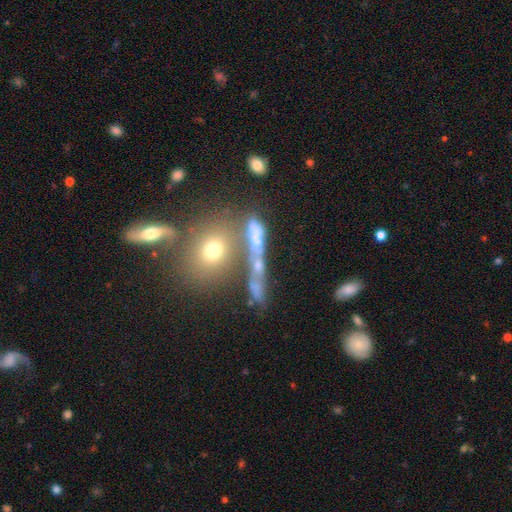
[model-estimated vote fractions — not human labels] smooth 44%, featured or disk 36%, star or artifact 20%. Down the decision tree: merging — none (54%).